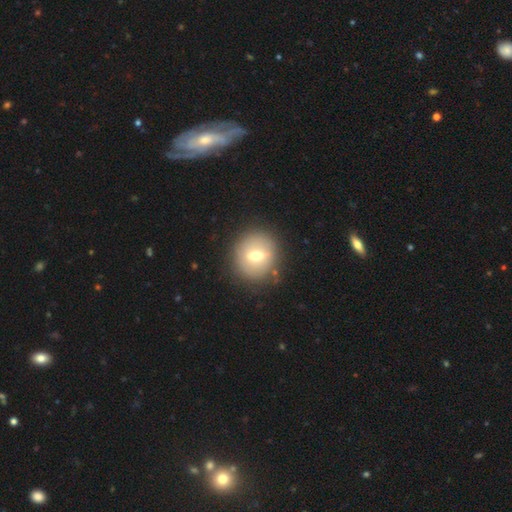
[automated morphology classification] A smooth galaxy with no disk features (51%) that is round (81%).

Vote fractions:
- Smooth or featured? smooth: 51% / featured or disk: 40% / star or artifact: 9%
- How rounded? round: 81% / in between: 17% / cigar-shaped: 1%
- Merging? none: 84% / minor disturbance: 10% / major disturbance: 4% / merger: 3%